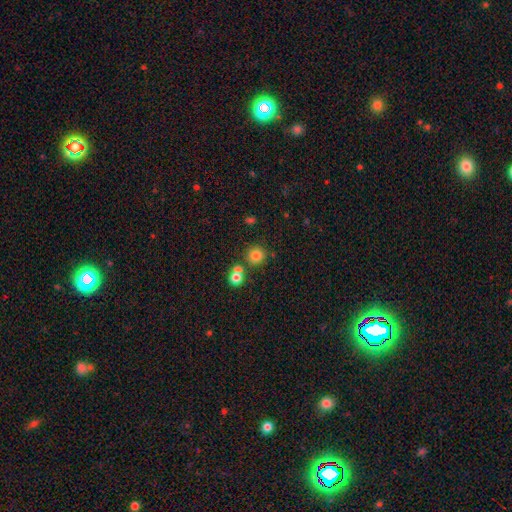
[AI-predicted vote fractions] Smooth or featured? smooth (80%)
How rounded? round (91%)
Merging? none (73%)